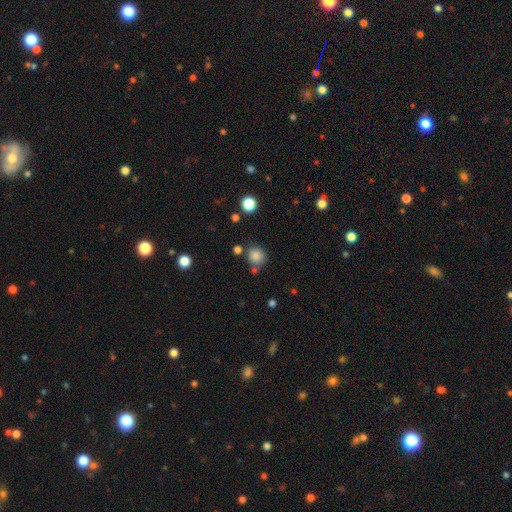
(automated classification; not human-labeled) Smooth or featured: smooth — 84% (star or artifact — 11%)
How rounded: round — 87% (in between — 12%)
Merging: none — 75% (minor disturbance — 12%)